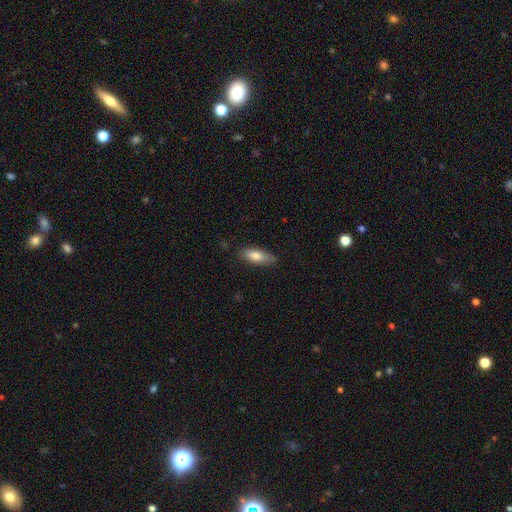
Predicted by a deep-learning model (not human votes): Q: Smooth or featured?
A: smooth (78%); runner-up: featured or disk (16%)
Q: How rounded?
A: in between (73%); runner-up: cigar-shaped (25%)
Q: Merging?
A: none (78%); runner-up: minor disturbance (18%)